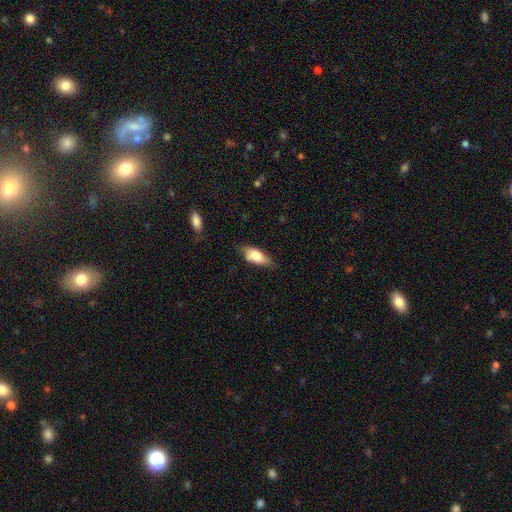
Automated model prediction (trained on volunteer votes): Smooth or featured? smooth (72%)
How rounded? in between (81%)
Merging? none (60%)